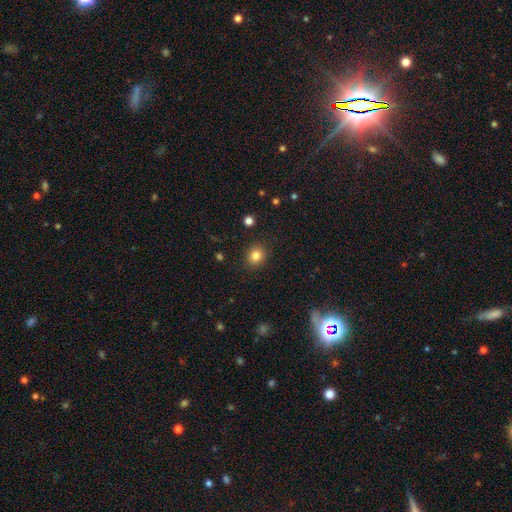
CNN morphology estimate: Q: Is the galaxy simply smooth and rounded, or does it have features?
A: smooth — 83%.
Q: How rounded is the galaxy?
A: round — 68%.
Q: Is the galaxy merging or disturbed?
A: none — 88%.